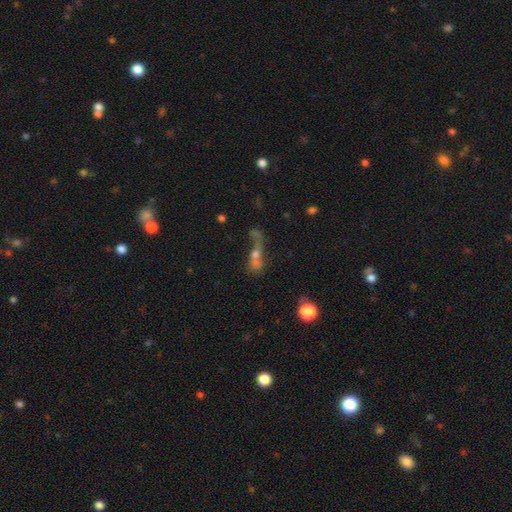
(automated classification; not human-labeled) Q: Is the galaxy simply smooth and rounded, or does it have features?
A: featured or disk — 43%.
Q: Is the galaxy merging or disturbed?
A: merger — 36%.